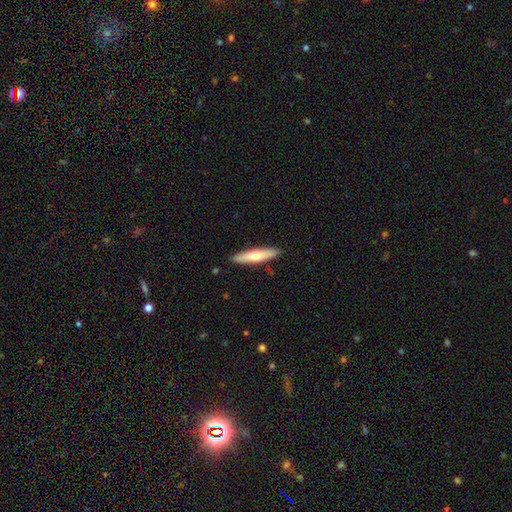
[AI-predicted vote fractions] Smooth or featured? smooth (58%)
How rounded? cigar-shaped (84%)
Merging? none (90%)